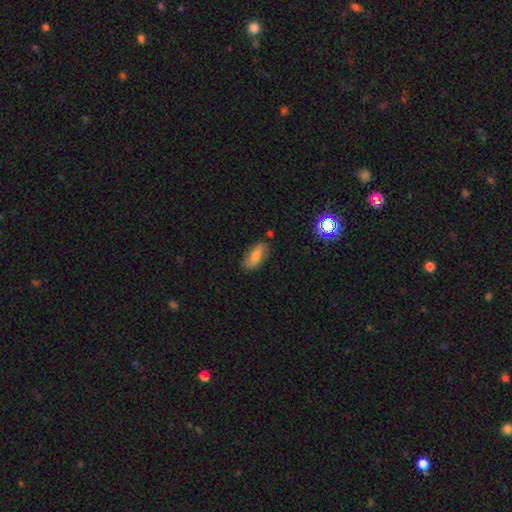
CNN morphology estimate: This appears to be a smooth galaxy with no disk features (73%) that is in between round and cigar-shaped (86%). Merging: none (76%).